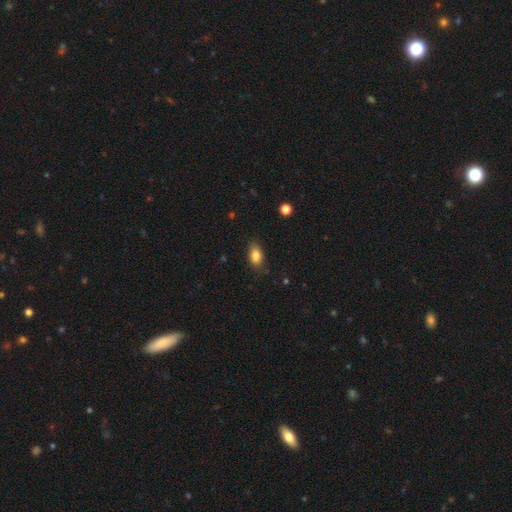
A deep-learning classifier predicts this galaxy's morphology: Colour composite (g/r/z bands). It shows a smooth galaxy with no disk features (84%) that is in between round and cigar-shaped (88%). Merging: none (80%).